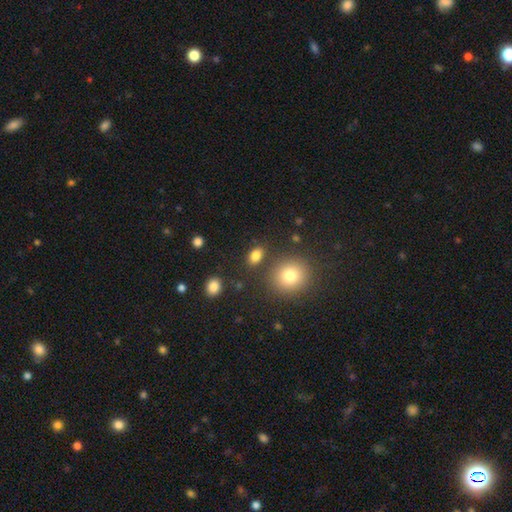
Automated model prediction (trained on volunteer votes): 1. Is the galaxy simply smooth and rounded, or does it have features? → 82% smooth, 12% star or artifact, 6% featured or disk.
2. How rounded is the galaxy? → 77% in between, 21% round, 2% cigar-shaped.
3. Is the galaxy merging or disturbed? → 82% none, 9% minor disturbance, 6% merger, 3% major disturbance.